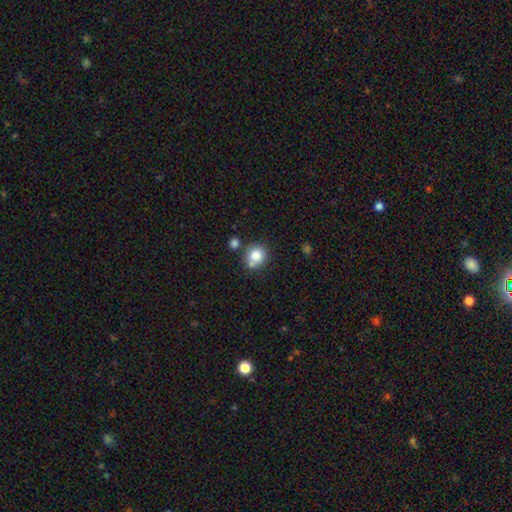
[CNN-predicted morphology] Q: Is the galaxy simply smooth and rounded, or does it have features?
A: smooth — 81%.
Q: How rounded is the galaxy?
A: round — 85%.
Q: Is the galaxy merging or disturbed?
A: none — 61%.